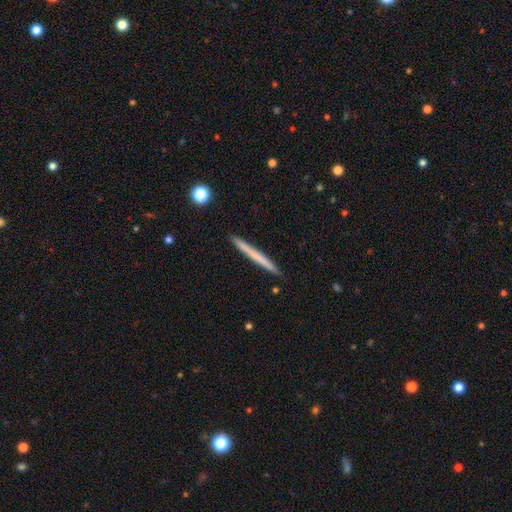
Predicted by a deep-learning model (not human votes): A smooth galaxy with no disk features (60%) that is cigar-shaped (97%).

Vote fractions:
- Smooth or featured? smooth: 60% / featured or disk: 35% / star or artifact: 6%
- How rounded? cigar-shaped: 97% / in between: 1% / round: 1%
- Merging? none: 92% / minor disturbance: 6% / major disturbance: 1% / merger: 1%